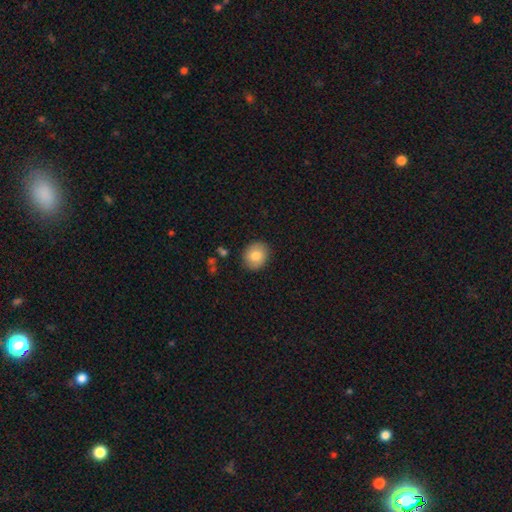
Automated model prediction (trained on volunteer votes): smooth-or-featured: smooth: 79% | featured or disk: 13% | star or artifact: 8%
  how-rounded: round: 67% | in between: 32% | cigar-shaped: 1%
  merging: none: 88% | minor disturbance: 9% | major disturbance: 2% | merger: 1%